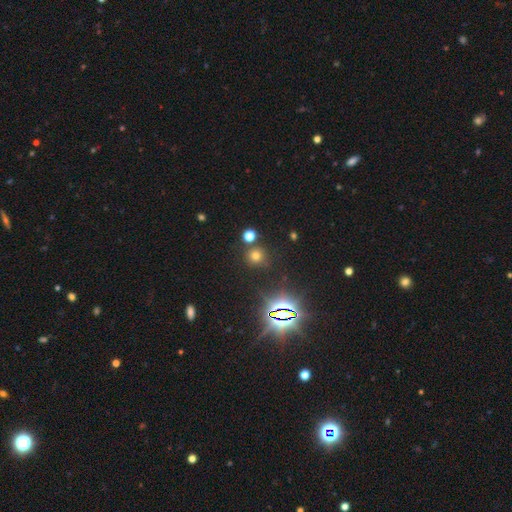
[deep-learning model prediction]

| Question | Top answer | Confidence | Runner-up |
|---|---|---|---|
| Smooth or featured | smooth | 62% | star or artifact (31%) |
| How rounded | round | 92% | in between (7%) |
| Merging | none | 79% | merger (10%) |